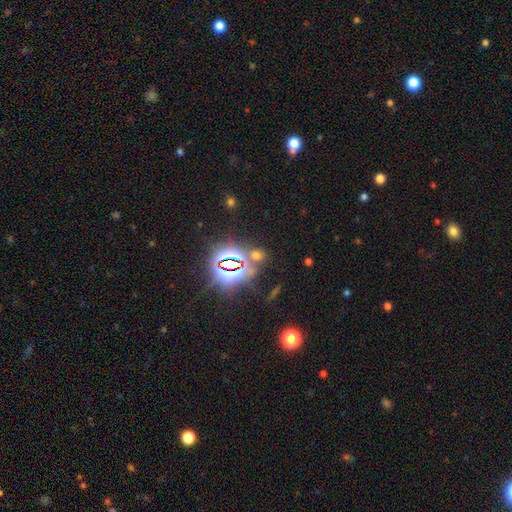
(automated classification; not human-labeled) This appears to be a star or artifact, not a galaxy (55%).